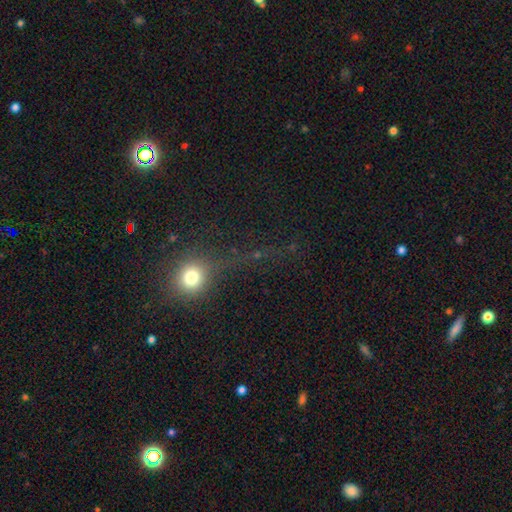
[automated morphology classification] A star or artifact, not a galaxy (44%).